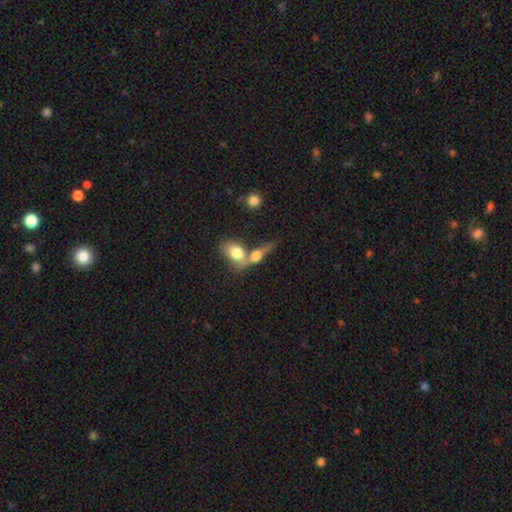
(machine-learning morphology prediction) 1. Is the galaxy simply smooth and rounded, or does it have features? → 61% smooth, 30% featured or disk, 9% star or artifact.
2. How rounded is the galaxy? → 64% in between, 19% round, 17% cigar-shaped.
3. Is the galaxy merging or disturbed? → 62% merger, 24% none, 8% minor disturbance, 6% major disturbance.